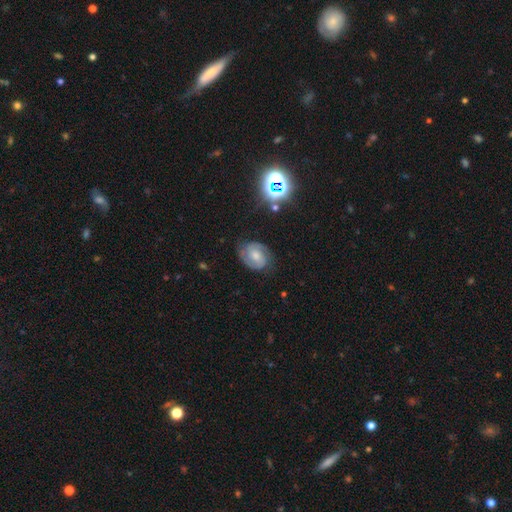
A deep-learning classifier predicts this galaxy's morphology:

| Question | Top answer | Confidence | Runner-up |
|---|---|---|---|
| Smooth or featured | featured or disk | 74% | smooth (16%) |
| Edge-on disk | no | 98% | yes (2%) |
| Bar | no | 51% | weak (39%) |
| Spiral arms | yes | 94% | no (6%) |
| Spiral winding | tight | 50% | medium (41%) |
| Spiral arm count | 2 | 85% | can't tell (8%) |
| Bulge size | moderate | 51% | small (34%) |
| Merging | none | 76% | minor disturbance (16%) |